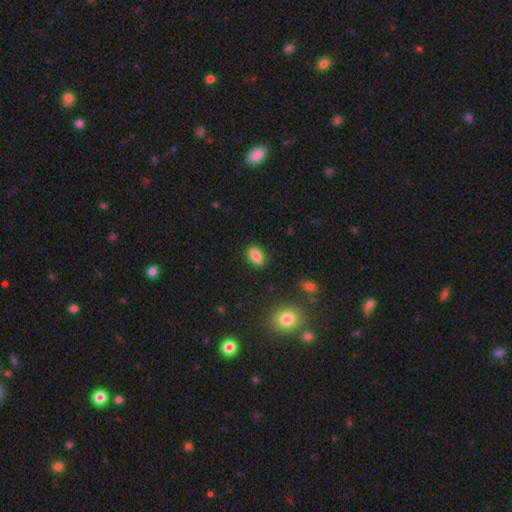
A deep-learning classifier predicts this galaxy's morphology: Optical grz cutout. It shows a smooth galaxy with no disk features (85%) that is in between round and cigar-shaped (89%). Merging: none (87%).